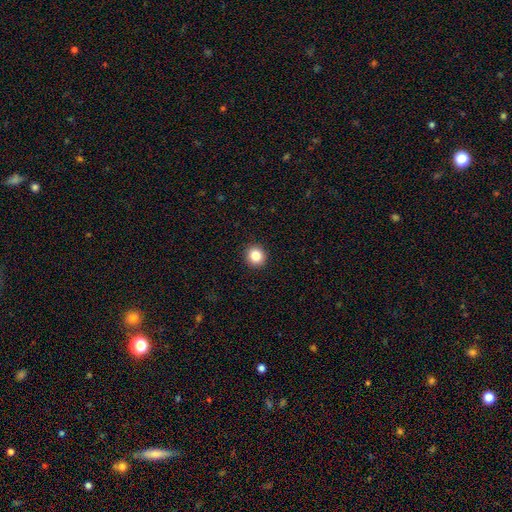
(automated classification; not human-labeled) Q: Smooth or featured?
A: smooth (84%); runner-up: star or artifact (10%)
Q: How rounded?
A: round (91%); runner-up: in between (8%)
Q: Merging?
A: none (93%); runner-up: minor disturbance (5%)